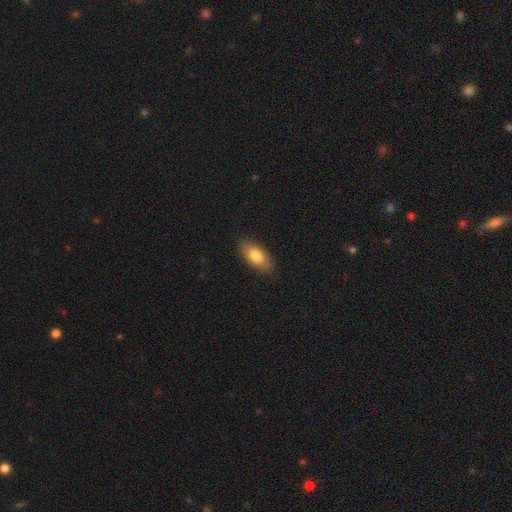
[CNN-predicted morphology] Q: Smooth or featured?
A: smooth (80%); runner-up: featured or disk (14%)
Q: How rounded?
A: in between (88%); runner-up: cigar-shaped (9%)
Q: Merging?
A: none (86%); runner-up: minor disturbance (11%)